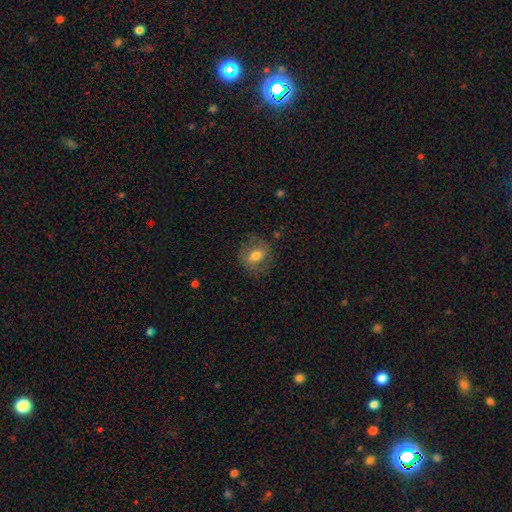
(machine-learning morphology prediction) type=smooth (66%); roundness=round (55%); merging=none (75%).